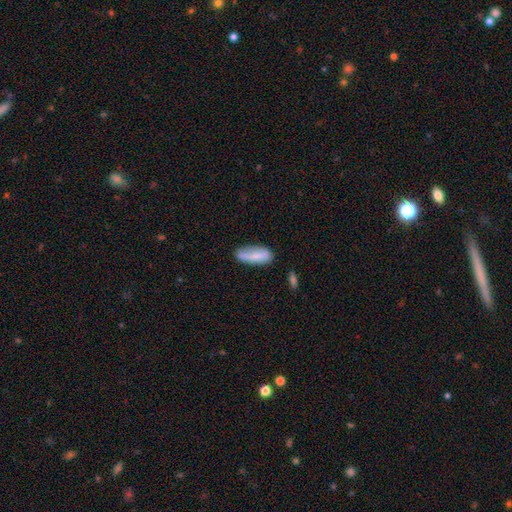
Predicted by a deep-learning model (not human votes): smooth_or_featured: smooth (p=0.73) [alt: featured or disk p=0.21]
how_rounded: in between (p=0.64) [alt: cigar-shaped p=0.34]
merging: none (p=0.68) [alt: minor disturbance p=0.23]